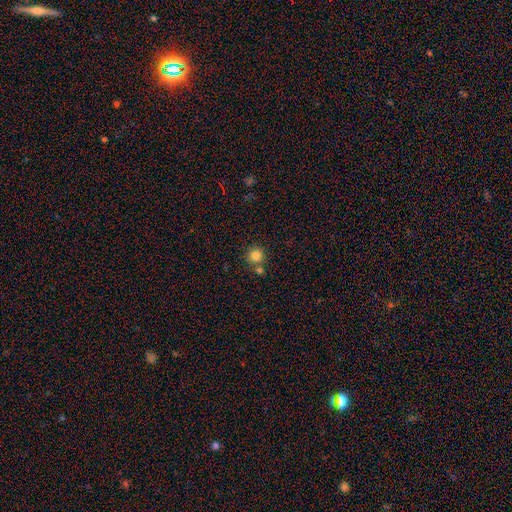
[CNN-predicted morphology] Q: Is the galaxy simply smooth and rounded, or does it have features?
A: smooth — 82%.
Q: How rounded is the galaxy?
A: round — 93%.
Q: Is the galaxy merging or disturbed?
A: none — 70%.